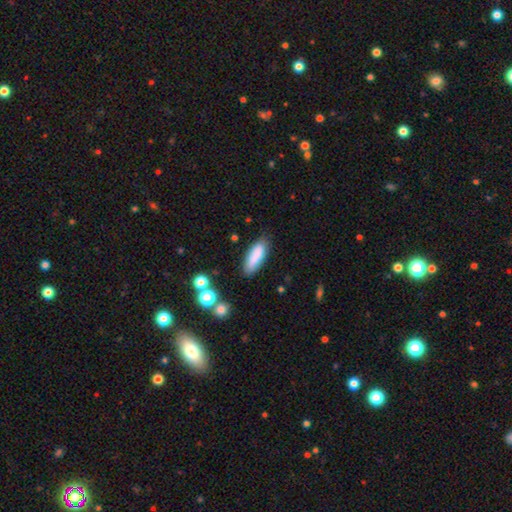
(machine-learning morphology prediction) smooth-or-featured: smooth: 84% | featured or disk: 9% | star or artifact: 7%
  how-rounded: in between: 60% | cigar-shaped: 38% | round: 2%
  merging: none: 81% | minor disturbance: 14% | major disturbance: 3% | merger: 2%